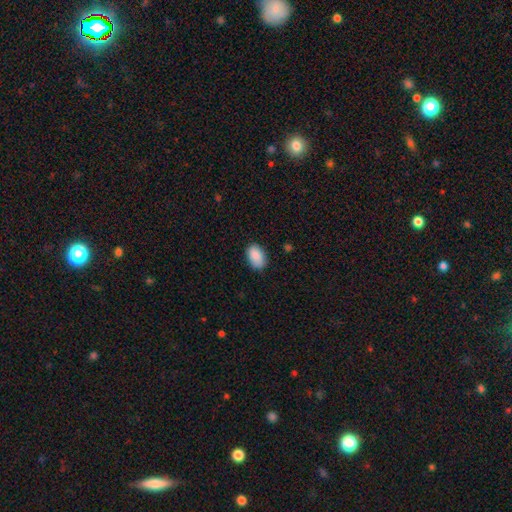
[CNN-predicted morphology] Smooth or featured? smooth (89%)
How rounded? in between (90%)
Merging? none (81%)